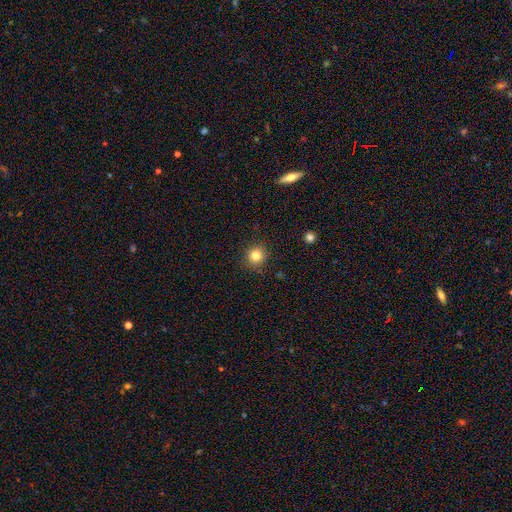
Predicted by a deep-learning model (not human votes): Smooth or featured?
  - smooth: 83% *
  - star or artifact: 12%
  - featured or disk: 6%
How rounded?
  - round: 92% *
  - in between: 7%
  - cigar-shaped: 1%
Merging?
  - none: 90% *
  - minor disturbance: 7%
  - major disturbance: 2%
  - merger: 1%